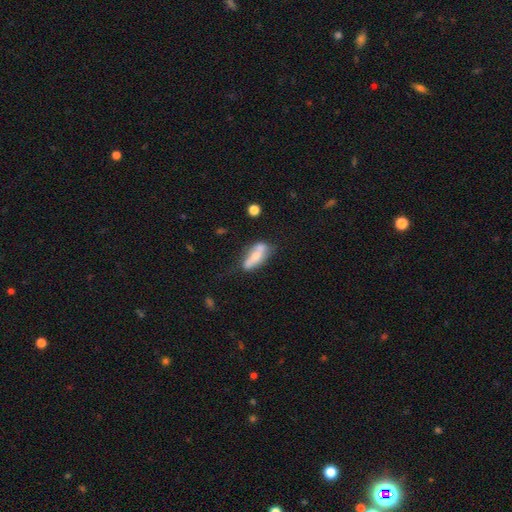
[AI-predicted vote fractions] smooth_or_featured: smooth (p=0.55) [alt: featured or disk p=0.39]
how_rounded: in between (p=0.58) [alt: cigar-shaped p=0.39]
merging: none (p=0.55) [alt: minor disturbance p=0.26]